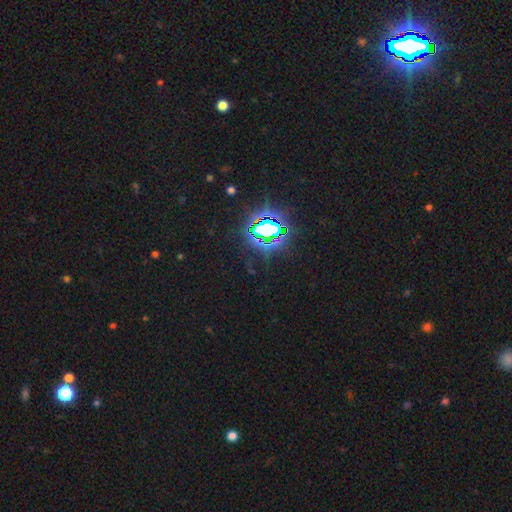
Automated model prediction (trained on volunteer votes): smooth_or_featured: star or artifact (p=0.85) [alt: smooth p=0.09]